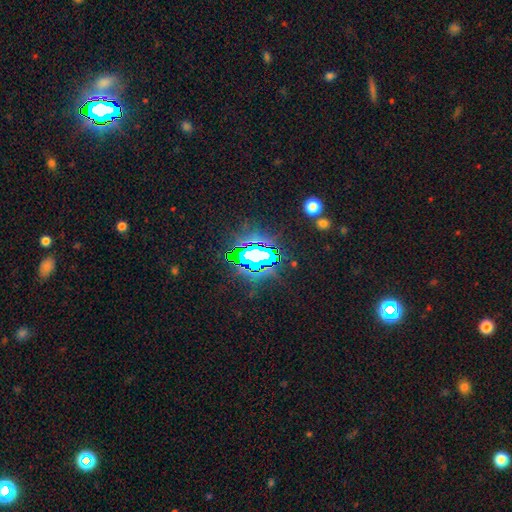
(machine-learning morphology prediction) type=star or artifact (75%).